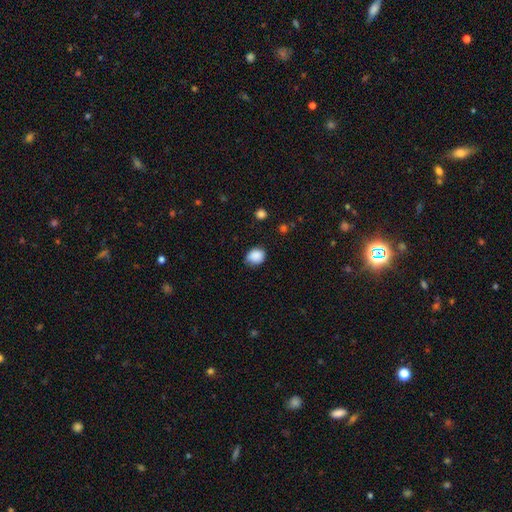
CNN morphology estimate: Smooth or featured? smooth (88%)
How rounded? round (60%)
Merging? none (69%)